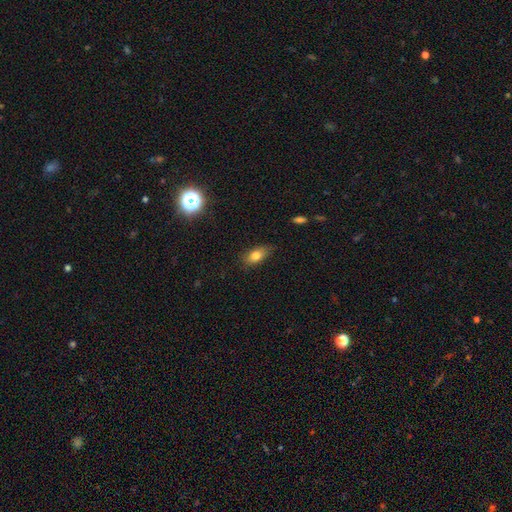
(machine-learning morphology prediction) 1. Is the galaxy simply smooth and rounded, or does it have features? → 78% smooth, 12% featured or disk, 9% star or artifact.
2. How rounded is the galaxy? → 84% in between, 8% round, 8% cigar-shaped.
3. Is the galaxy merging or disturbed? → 75% none, 20% minor disturbance, 4% major disturbance, 1% merger.